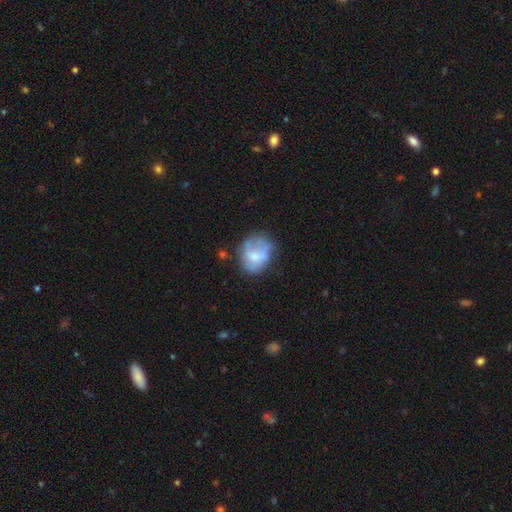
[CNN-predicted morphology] smooth 53%, featured or disk 39%, star or artifact 8%. Down the decision tree: how rounded — round (61%); merging — none (50%).